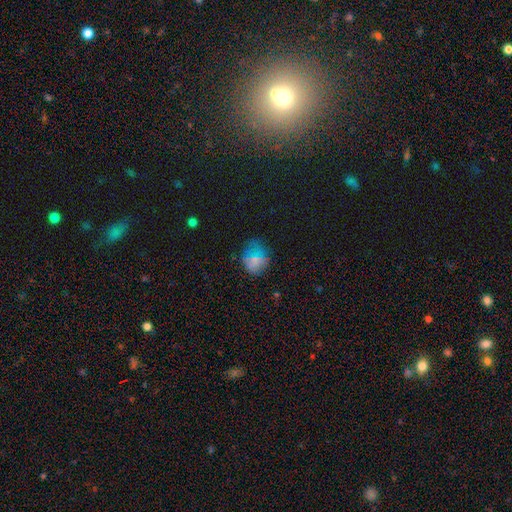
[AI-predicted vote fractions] This appears to be a smooth galaxy with no disk features (62%) that is round (65%). Merging: none (69%).